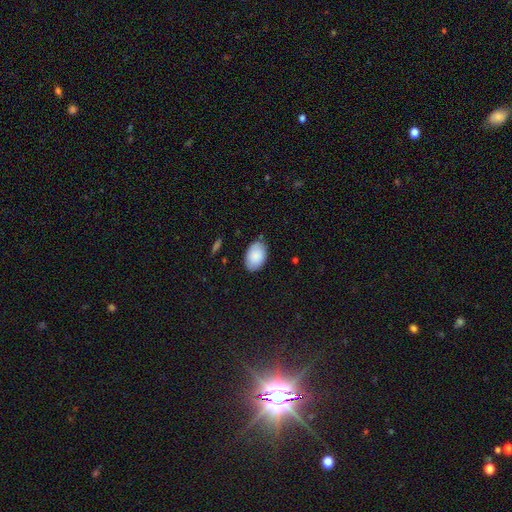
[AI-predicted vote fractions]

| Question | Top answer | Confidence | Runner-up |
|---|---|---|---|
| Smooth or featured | smooth | 88% | star or artifact (6%) |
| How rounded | in between | 90% | round (9%) |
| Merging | none | 81% | minor disturbance (14%) |